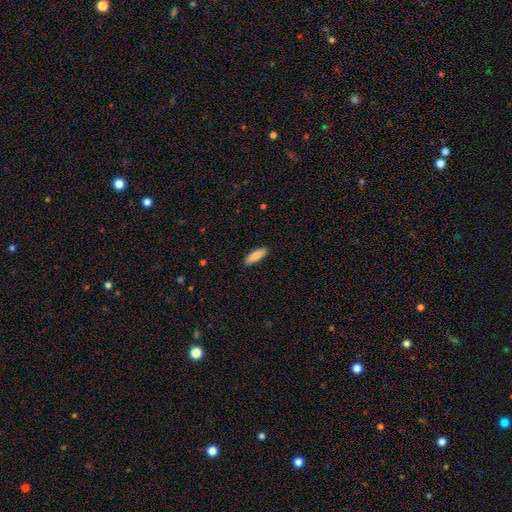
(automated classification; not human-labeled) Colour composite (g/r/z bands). It shows a smooth galaxy with no disk features (84%) that is cigar-shaped (51%). Merging: none (90%).